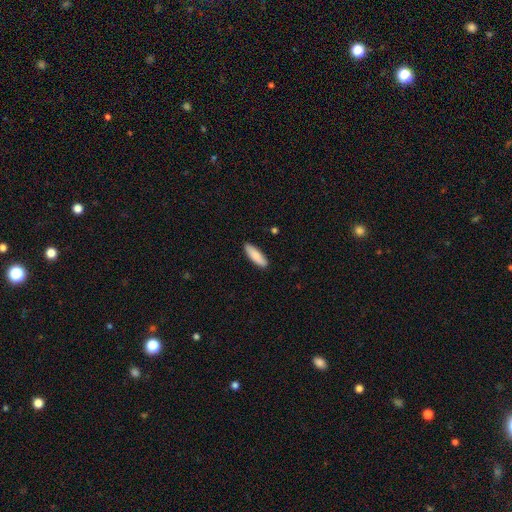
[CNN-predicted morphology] This appears to be a smooth galaxy with no disk features (87%) that is cigar-shaped (50%). Merging: none (89%).